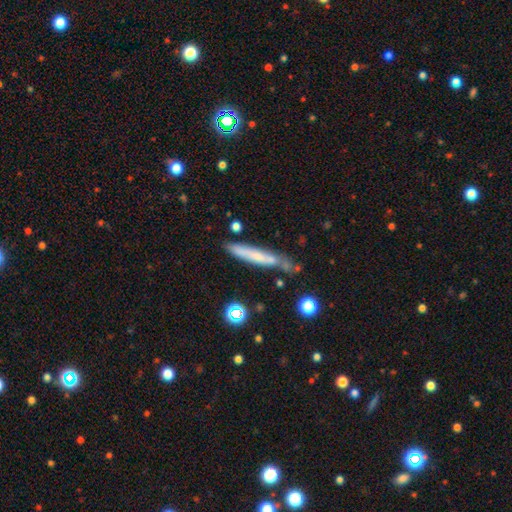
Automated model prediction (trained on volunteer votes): This is possibly a smooth galaxy (56%). How rounded: clearly cigar-shaped (93%). Merging: likely none (65%).